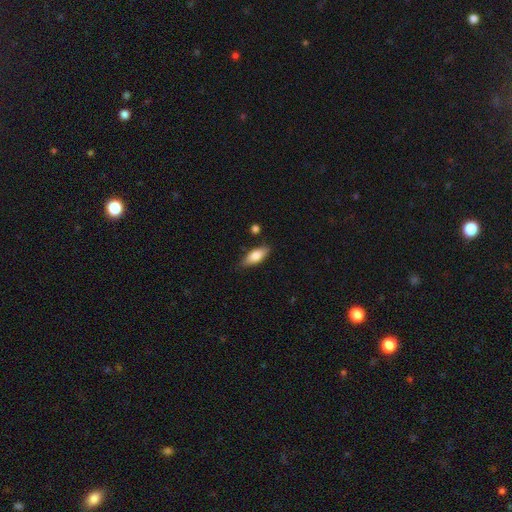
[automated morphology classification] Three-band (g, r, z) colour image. It shows a smooth galaxy with no disk features (76%) that is in between round and cigar-shaped (77%). Merging: none (80%).